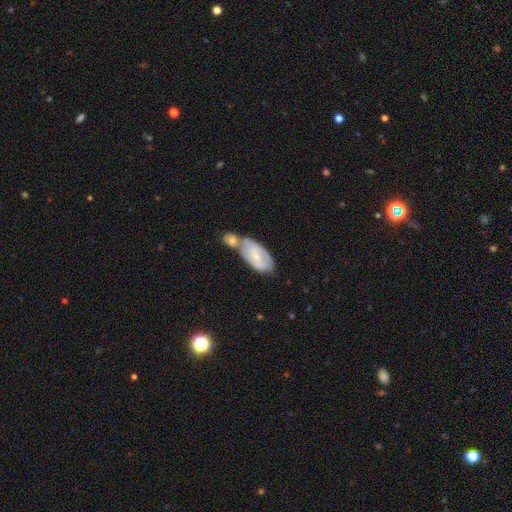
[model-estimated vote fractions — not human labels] smooth-or-featured: featured or disk: 63% | smooth: 31% | star or artifact: 6%
  disk-edge-on: no: 94% | yes: 6%
    bar: weak: 46% | no: 36% | strong: 18%
    has-spiral-arms: yes: 79% | no: 21%
    bulge-size: small: 63% | moderate: 30% | none: 4% | large: 1% | dominant: 1%
  merging: merger: 59% | none: 23% | minor disturbance: 13% | major disturbance: 6%